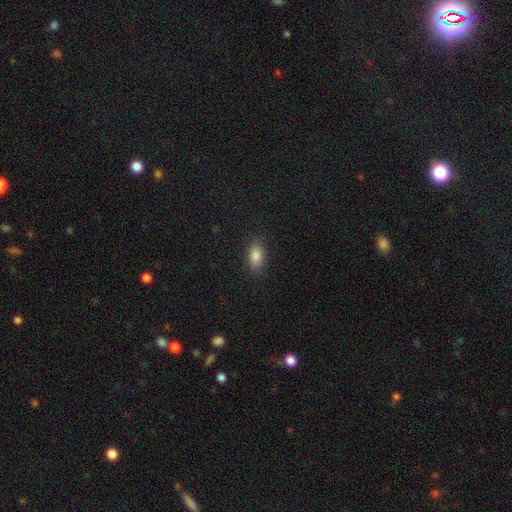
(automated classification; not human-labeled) Smooth or featured? Predicted: smooth (p=0.85). How rounded? Predicted: in between (p=0.88). Merging? Predicted: none (p=0.87).